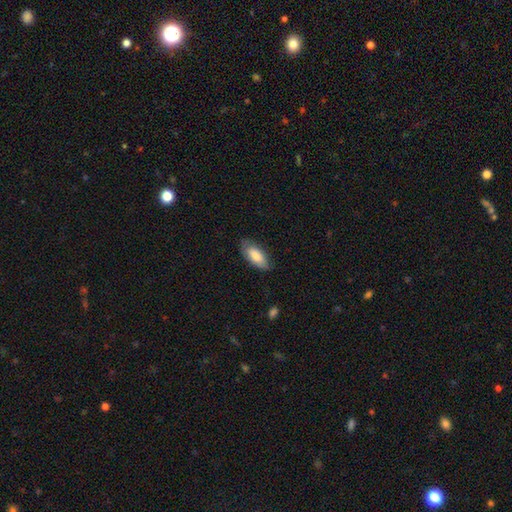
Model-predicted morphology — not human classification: The model was most divided on "merging": none: 74%, minor disturbance: 21%, major disturbance: 4%, merger: 1%. More confident: how rounded — in between (87%); smooth or featured — smooth (79%).